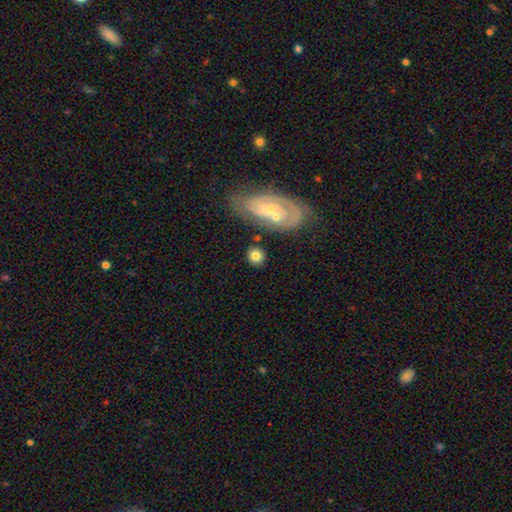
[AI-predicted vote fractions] smooth_or_featured: smooth (p=0.75) [alt: featured or disk p=0.18]
how_rounded: round (p=0.77) [alt: in between p=0.21]
merging: none (p=0.73) [alt: merger p=0.12]